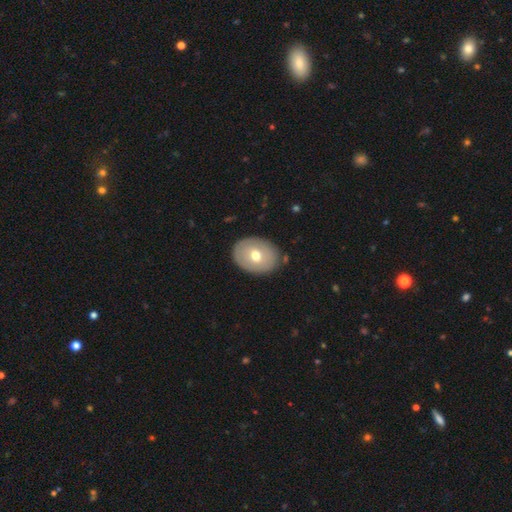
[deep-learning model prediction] smooth_or_featured: smooth (p=0.62) [alt: featured or disk p=0.31]
how_rounded: in between (p=0.66) [alt: round p=0.33]
merging: none (p=0.85) [alt: minor disturbance p=0.10]